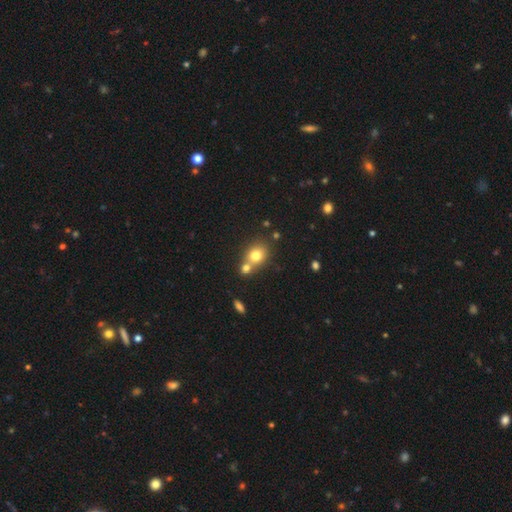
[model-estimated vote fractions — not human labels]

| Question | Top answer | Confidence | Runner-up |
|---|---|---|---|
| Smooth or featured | smooth | 76% | featured or disk (13%) |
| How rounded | round | 61% | in between (38%) |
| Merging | none | 46% | merger (43%) |